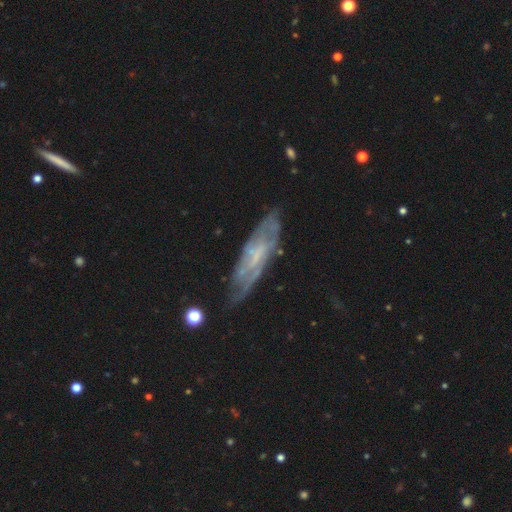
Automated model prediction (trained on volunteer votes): Q: Smooth or featured?
A: featured or disk (69%); runner-up: smooth (23%)
Q: Edge-on disk?
A: no (70%); runner-up: yes (30%)
Q: Merging?
A: none (66%); runner-up: minor disturbance (23%)